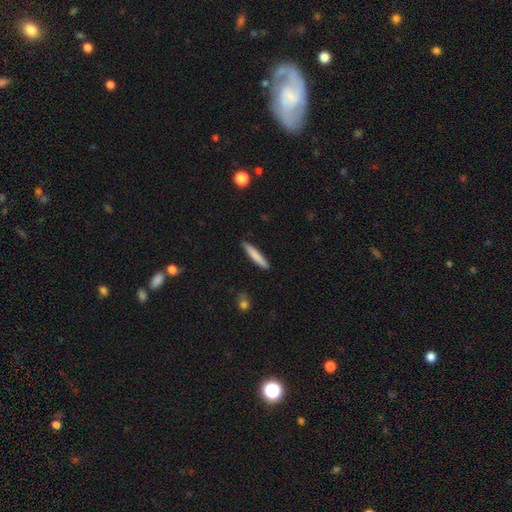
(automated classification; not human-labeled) Q: Smooth or featured?
A: smooth (80%); runner-up: featured or disk (15%)
Q: How rounded?
A: cigar-shaped (93%); runner-up: in between (6%)
Q: Merging?
A: none (89%); runner-up: minor disturbance (8%)